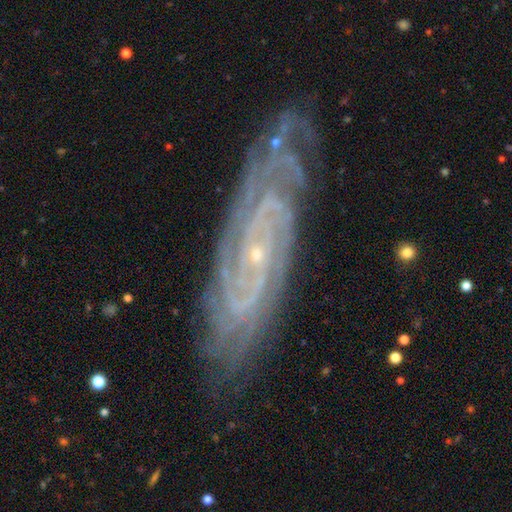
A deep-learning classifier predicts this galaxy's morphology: The model was most divided on "spiral arm count": can't tell: 28%, 2: 25%, 3: 15%, 4: 14%, more than 4: 11%, 1: 8%. More confident: spiral arms — yes (98%); edge-on disk — no (89%); bulge size — small (87%); smooth or featured — featured or disk (87%); merging — none (81%); spiral winding — tight (77%); bar — no (68%).